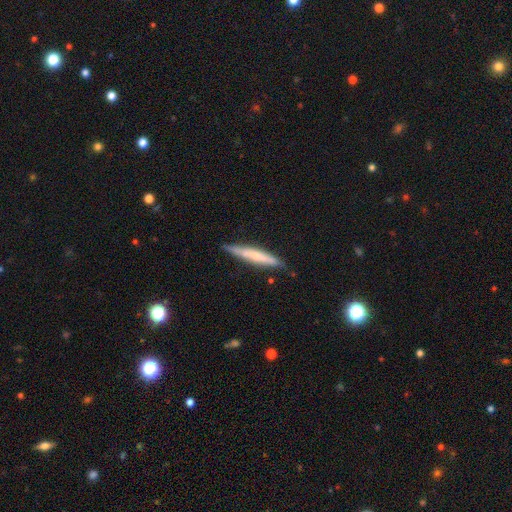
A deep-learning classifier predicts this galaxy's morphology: smooth_or_featured: smooth (p=0.55) [alt: featured or disk p=0.39]
how_rounded: cigar-shaped (p=0.94) [alt: in between p=0.05]
merging: none (p=0.84) [alt: minor disturbance p=0.13]